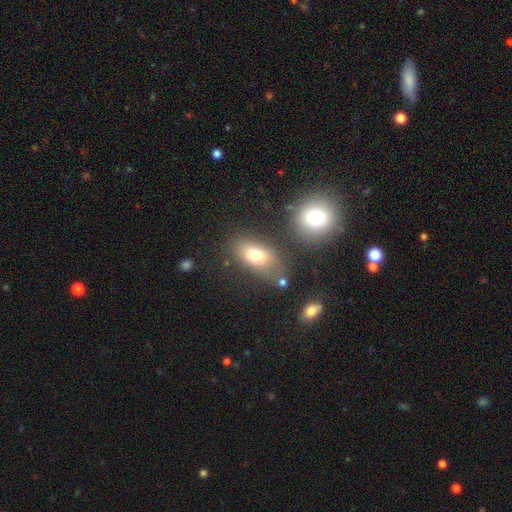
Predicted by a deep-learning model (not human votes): Smooth or featured? smooth (75%)
How rounded? in between (83%)
Merging? none (66%)